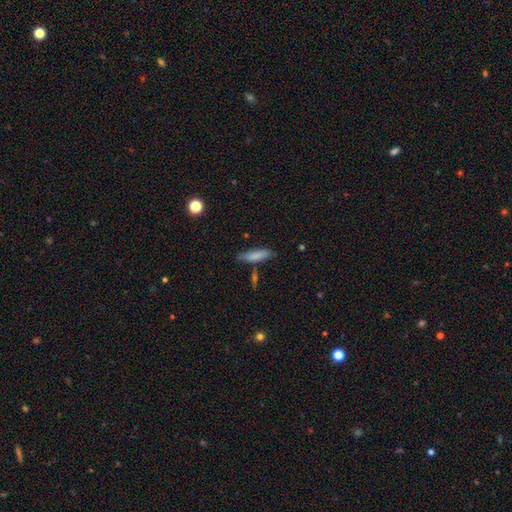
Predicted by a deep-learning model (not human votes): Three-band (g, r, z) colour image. It shows a smooth galaxy with no disk features (80%) that is cigar-shaped (64%). Merging: none (72%).